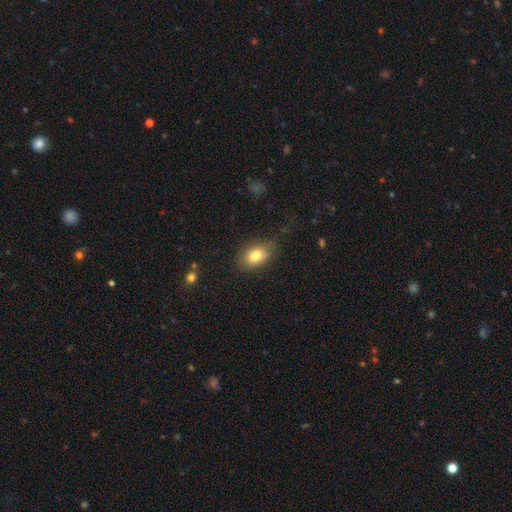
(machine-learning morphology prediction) Smooth or featured: smooth — 80% (featured or disk — 11%)
How rounded: in between — 77% (round — 21%)
Merging: none — 70% (minor disturbance — 22%)